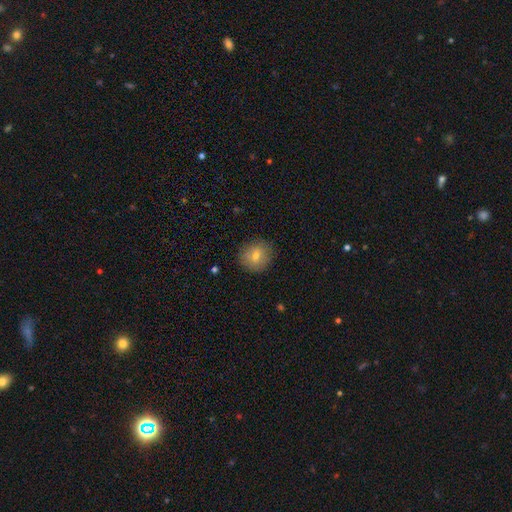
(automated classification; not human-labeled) Smooth or featured? smooth (71%)
How rounded? round (87%)
Merging? none (87%)